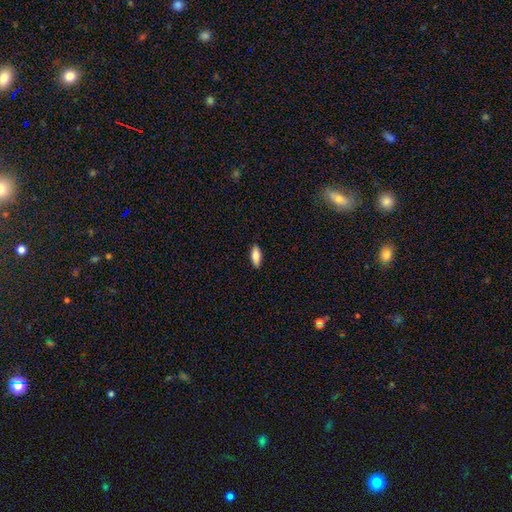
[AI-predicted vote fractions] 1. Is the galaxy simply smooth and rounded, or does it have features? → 79% smooth, 14% featured or disk, 6% star or artifact.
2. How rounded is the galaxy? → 77% in between, 21% cigar-shaped, 2% round.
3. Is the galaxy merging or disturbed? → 89% none, 9% minor disturbance, 2% major disturbance, 1% merger.